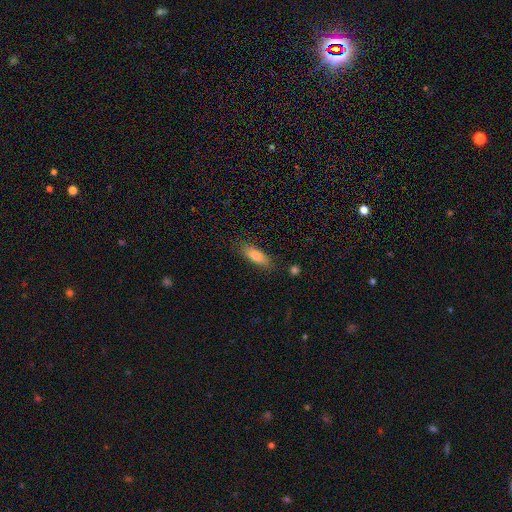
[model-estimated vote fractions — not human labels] Morphology: type=smooth (79%); roundness=in between (63%); merging=none (78%).